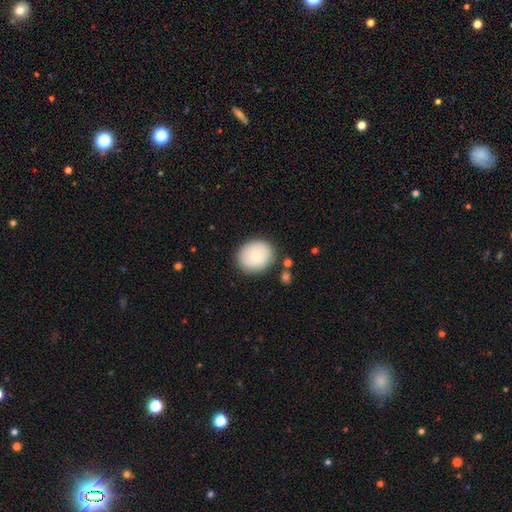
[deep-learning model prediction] Smooth or featured? Predicted: smooth (p=0.76). How rounded? Predicted: round (p=0.69). Merging? Predicted: none (p=0.83).